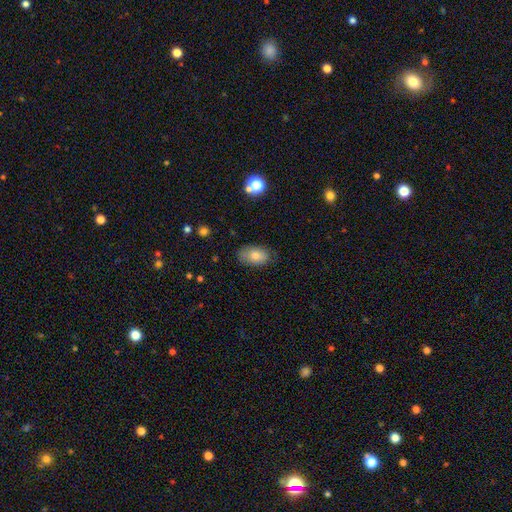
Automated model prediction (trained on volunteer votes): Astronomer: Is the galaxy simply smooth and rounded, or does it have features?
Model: smooth — 80%.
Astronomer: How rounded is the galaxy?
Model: in between — 91%.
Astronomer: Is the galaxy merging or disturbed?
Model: none — 78%.